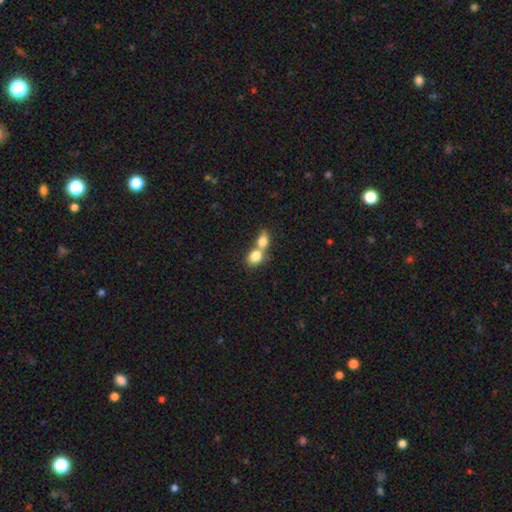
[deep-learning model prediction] The model was most divided on "how rounded": in between: 53%, round: 45%, cigar-shaped: 2%. More confident: smooth or featured — smooth (79%); merging — merger (69%).